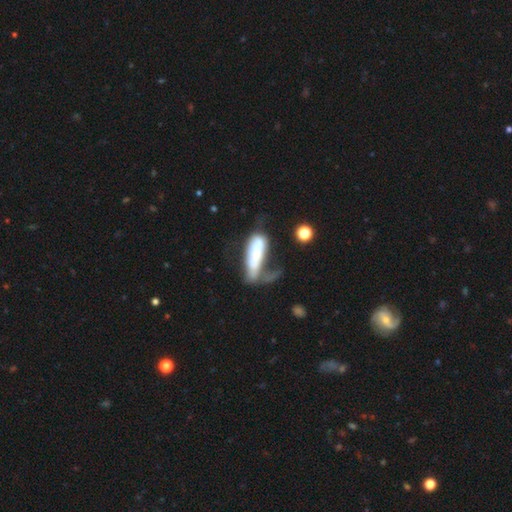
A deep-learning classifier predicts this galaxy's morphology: This appears to be a smooth galaxy with no disk features (61%) that is in between round and cigar-shaped (59%). Merging: major disturbance (43%).